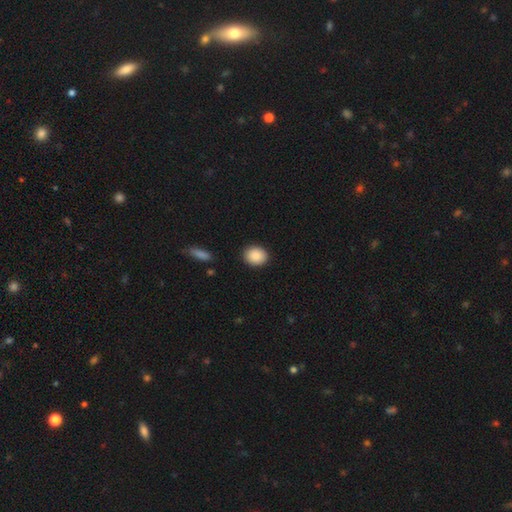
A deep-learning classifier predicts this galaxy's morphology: This appears to be a smooth galaxy with no disk features (89%) that is round (62%). Merging: none (90%).